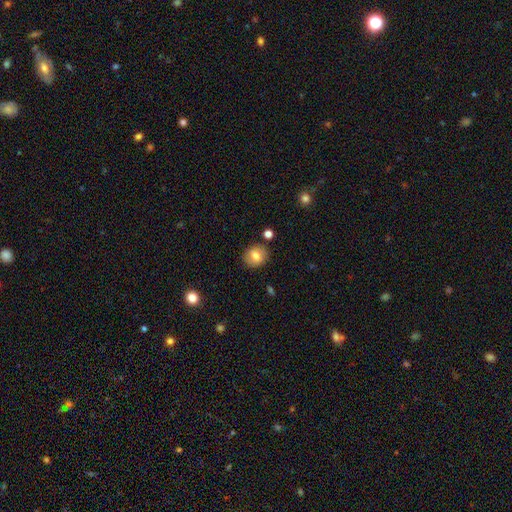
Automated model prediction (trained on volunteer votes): Smooth or featured: smooth — 77% (featured or disk — 14%)
How rounded: round — 75% (in between — 24%)
Merging: none — 85% (minor disturbance — 9%)